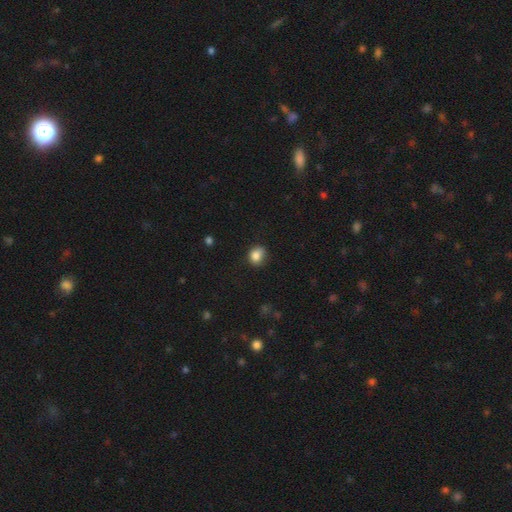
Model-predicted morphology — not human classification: Overall: smooth (84%). How rounded: round (61%; in between 38%). Merging: none (72%).